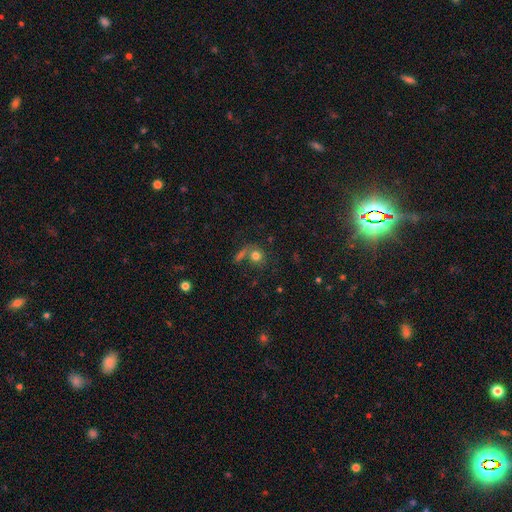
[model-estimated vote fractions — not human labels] This is likely a smooth galaxy (75%). How rounded: likely round (78%). Merging: possibly none (55%).